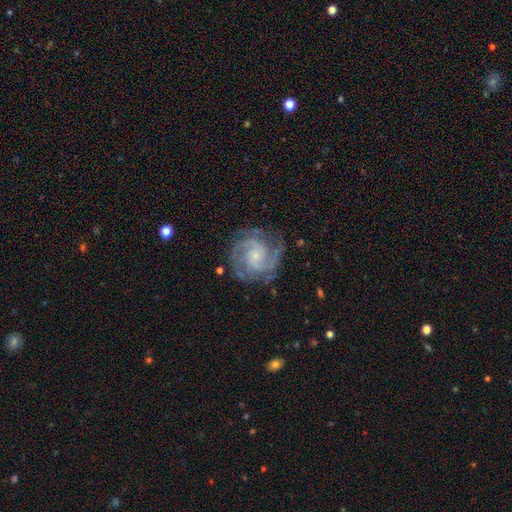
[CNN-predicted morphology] Smooth or featured? Predicted: featured or disk (p=0.90). Edge-on disk? Predicted: no (p=0.98). Bar? Predicted: no (p=0.64). Spiral arms? Predicted: yes (p=0.98). Spiral winding? Predicted: tight (p=0.53). Spiral arm count? Predicted: 2 (p=0.51). Bulge size? Predicted: small (p=0.73). Merging? Predicted: none (p=0.79).